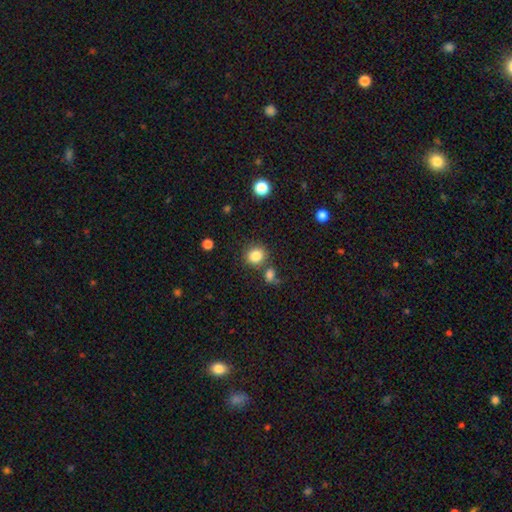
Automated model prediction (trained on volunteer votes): smooth 84%, star or artifact 10%, featured or disk 6%. Down the decision tree: how rounded — round (82%); merging — none (73%).